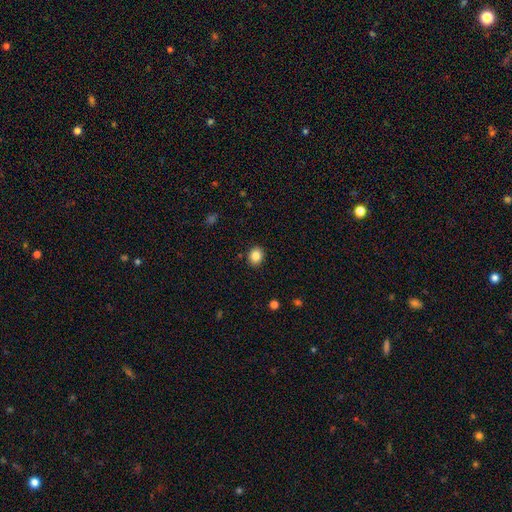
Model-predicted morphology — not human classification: Smooth or featured? Predicted: smooth (p=0.84). How rounded? Predicted: round (p=0.60). Merging? Predicted: none (p=0.90).